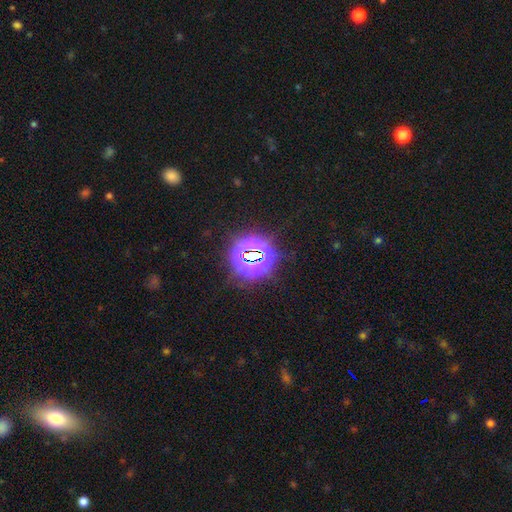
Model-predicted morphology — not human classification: type=star or artifact (78%).